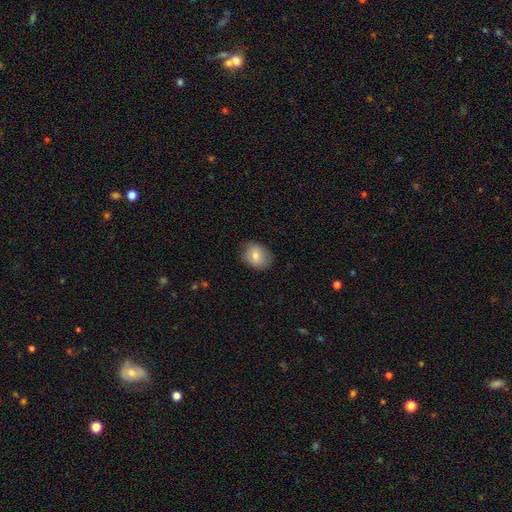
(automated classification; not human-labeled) A smooth galaxy with no disk features (77%) that is in between round and cigar-shaped (56%). Merging: none (80%).